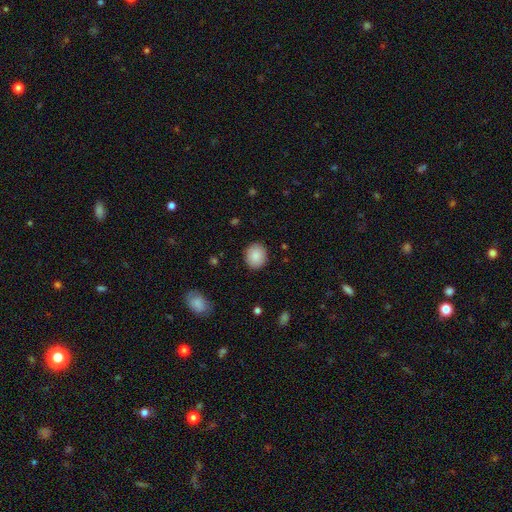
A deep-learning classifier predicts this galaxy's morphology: Q: Smooth or featured?
A: smooth (88%); runner-up: star or artifact (7%)
Q: How rounded?
A: round (65%); runner-up: in between (34%)
Q: Merging?
A: none (88%); runner-up: minor disturbance (8%)